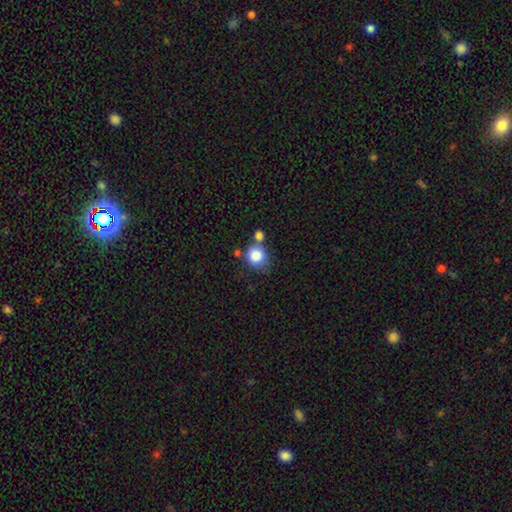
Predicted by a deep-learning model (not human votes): Q: Smooth or featured?
A: smooth (83%); runner-up: star or artifact (9%)
Q: How rounded?
A: round (82%); runner-up: in between (17%)
Q: Merging?
A: none (54%); runner-up: merger (27%)